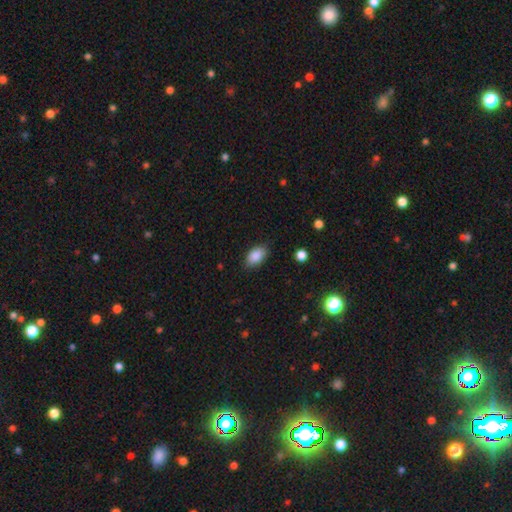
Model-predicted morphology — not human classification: Smooth or featured?
  - smooth: 88% *
  - star or artifact: 8%
  - featured or disk: 5%
How rounded?
  - in between: 91% *
  - round: 7%
  - cigar-shaped: 2%
Merging?
  - none: 83% *
  - minor disturbance: 13%
  - major disturbance: 3%
  - merger: 1%